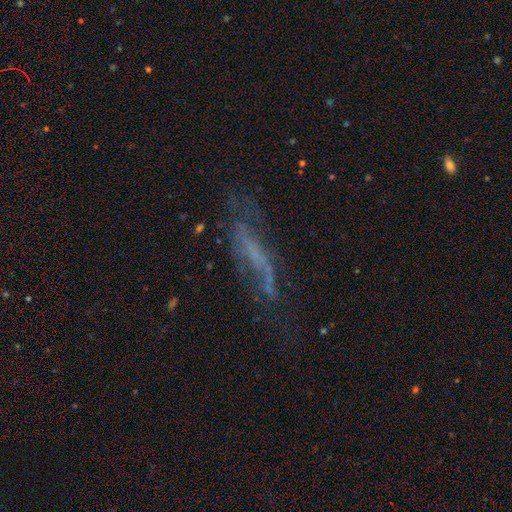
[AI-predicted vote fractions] featured or disk 55%, smooth 28%, star or artifact 17%. Down the decision tree: edge-on disk — no (61%); merging — none (48%).